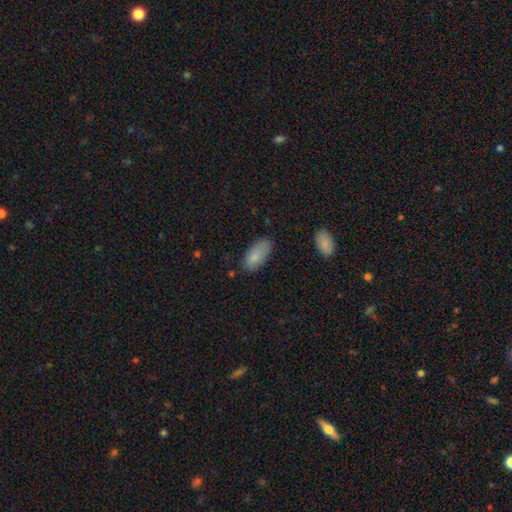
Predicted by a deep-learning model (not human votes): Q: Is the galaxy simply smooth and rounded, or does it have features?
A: smooth — 83%.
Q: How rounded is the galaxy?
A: in between — 92%.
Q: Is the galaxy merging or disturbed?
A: none — 70%.